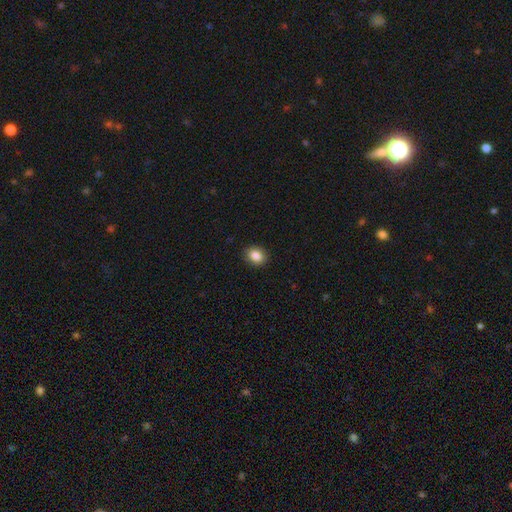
Smooth or featured: smooth — 82% (star or artifact — 10%)
How rounded: in between — 58% (round — 42%)
Merging: none — 92% (major disturbance — 6%)